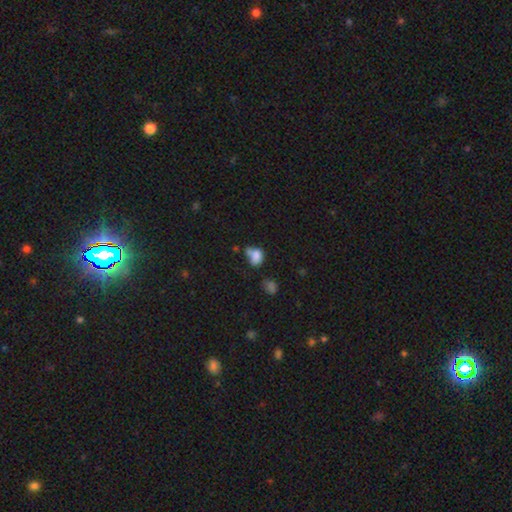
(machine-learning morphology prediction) Overall: smooth (75%). How rounded: in between (70%). Merging: none (28%; merger 26%).